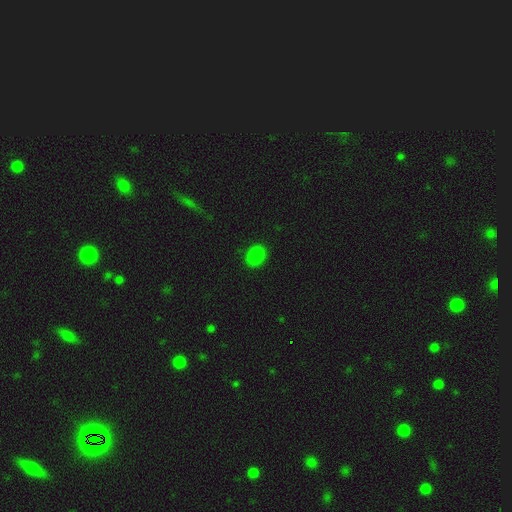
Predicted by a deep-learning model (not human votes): This appears to be a smooth galaxy with no disk features (83%) that is round (54%). Merging: none (88%).